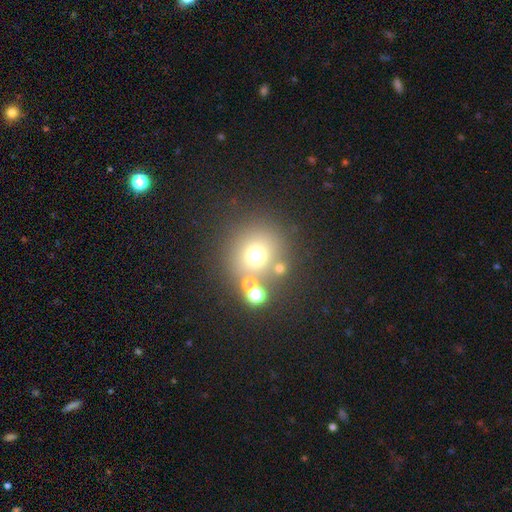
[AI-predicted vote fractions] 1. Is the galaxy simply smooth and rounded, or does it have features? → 65% smooth, 21% star or artifact, 14% featured or disk.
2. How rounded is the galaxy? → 90% round, 9% in between, 1% cigar-shaped.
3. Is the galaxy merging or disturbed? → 70% none, 15% merger, 9% minor disturbance, 6% major disturbance.